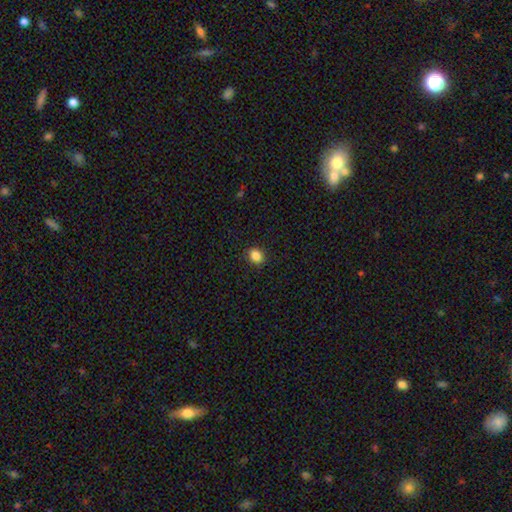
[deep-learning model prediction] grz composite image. It shows a smooth galaxy with no disk features (86%) that is round (64%). Merging: none (89%).